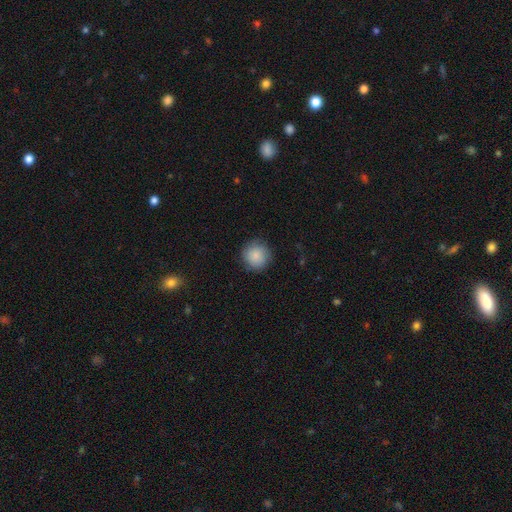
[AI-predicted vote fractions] This appears to be a smooth galaxy with no disk features (87%) that is round (93%). Merging: none (85%).